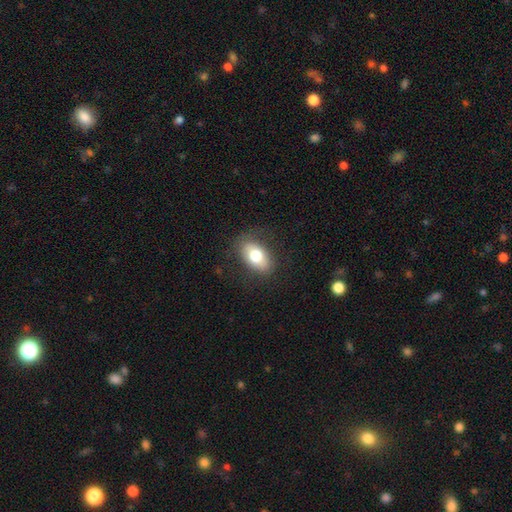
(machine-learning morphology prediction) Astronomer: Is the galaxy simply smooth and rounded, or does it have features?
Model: smooth — 74%.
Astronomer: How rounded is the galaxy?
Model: in between — 89%.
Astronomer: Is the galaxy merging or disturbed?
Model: none — 82%.